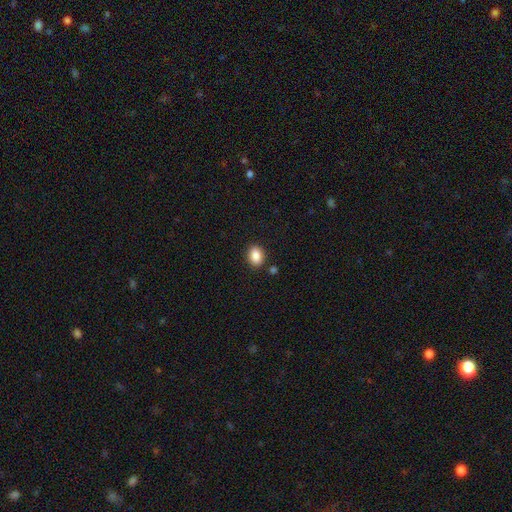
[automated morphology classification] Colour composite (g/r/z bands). It shows a smooth galaxy with no disk features (88%) that is in between round and cigar-shaped (69%). Merging: none (86%).